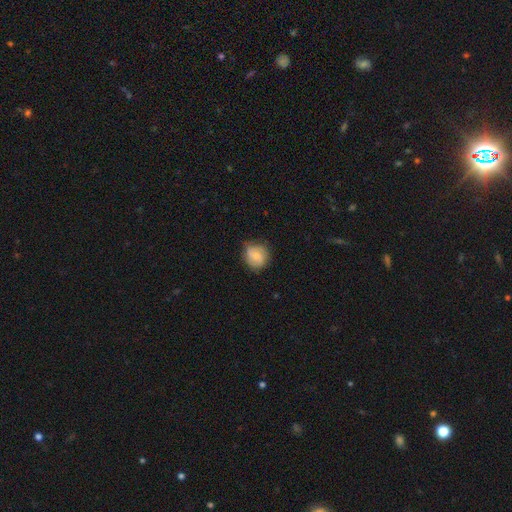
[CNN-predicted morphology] Q: Smooth or featured?
A: smooth (67%); runner-up: featured or disk (25%)
Q: How rounded?
A: round (79%); runner-up: in between (20%)
Q: Merging?
A: none (68%); runner-up: minor disturbance (25%)